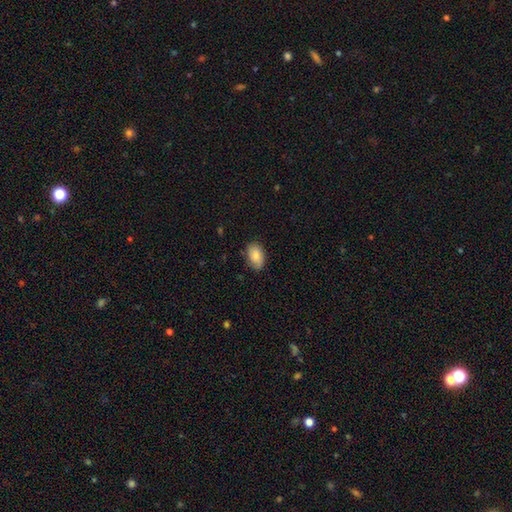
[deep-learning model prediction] smooth-or-featured: smooth: 84% | featured or disk: 9% | star or artifact: 7%
  how-rounded: in between: 91% | round: 8% | cigar-shaped: 1%
  merging: none: 81% | minor disturbance: 15% | major disturbance: 3% | merger: 1%